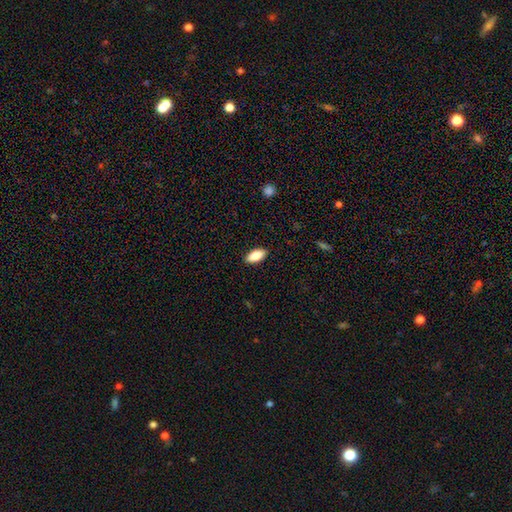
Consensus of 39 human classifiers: This appears to be a smooth galaxy with no disk features (87%) that is in between round and cigar-shaped (97%). Merging: none (95%).